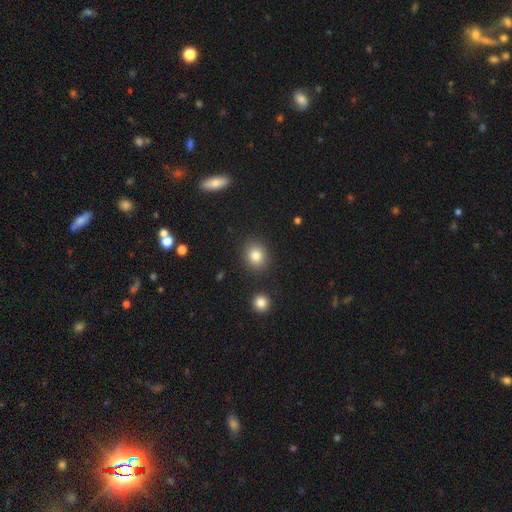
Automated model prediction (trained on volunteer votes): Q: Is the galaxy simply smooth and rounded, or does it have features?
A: smooth — 83%.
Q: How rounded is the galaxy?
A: round — 70%.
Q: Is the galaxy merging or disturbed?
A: none — 87%.